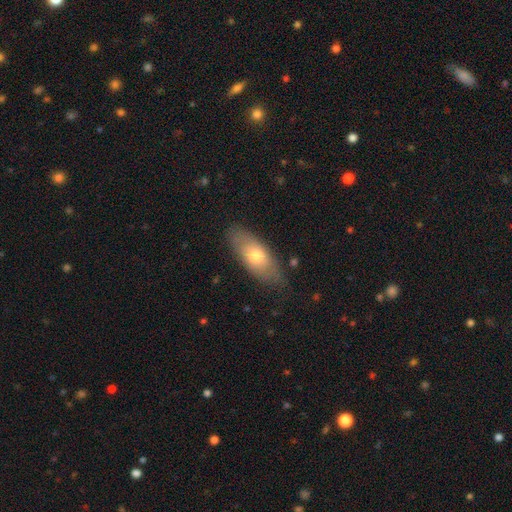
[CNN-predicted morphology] smooth-or-featured: smooth: 66% | featured or disk: 27% | star or artifact: 6%
  how-rounded: in between: 82% | cigar-shaped: 16% | round: 3%
  merging: none: 79% | minor disturbance: 16% | major disturbance: 4% | merger: 1%